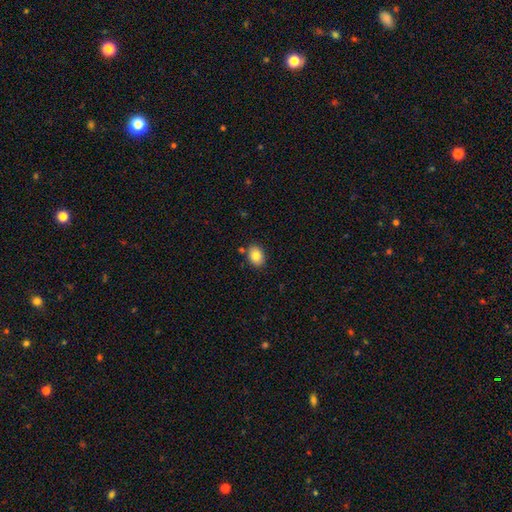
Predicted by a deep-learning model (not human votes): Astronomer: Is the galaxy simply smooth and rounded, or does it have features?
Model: smooth — 84%.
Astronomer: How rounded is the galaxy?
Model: in between — 71%.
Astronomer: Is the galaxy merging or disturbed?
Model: none — 82%.